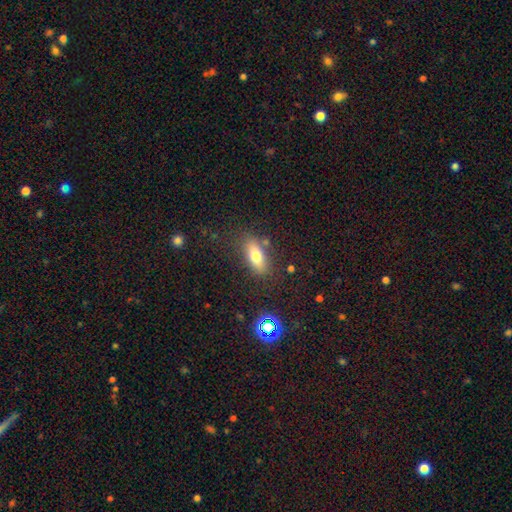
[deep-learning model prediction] This appears to be a smooth galaxy with no disk features (74%) that is in between round and cigar-shaped (79%). Merging: none (79%).